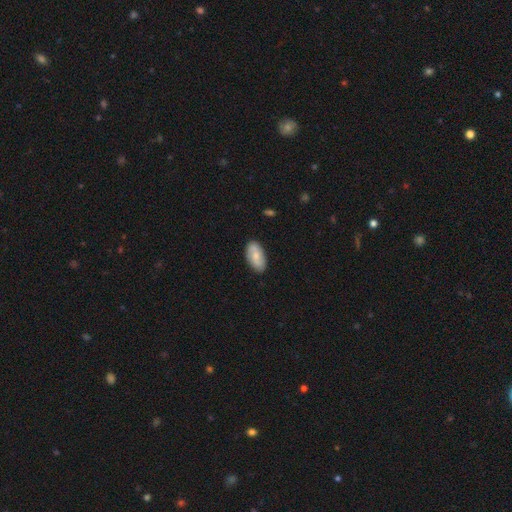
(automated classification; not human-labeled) A smooth galaxy with no disk features (56%) that is in between round and cigar-shaped (93%).

Vote fractions:
- Smooth or featured? smooth: 56% / featured or disk: 38% / star or artifact: 6%
- How rounded? in between: 93% / cigar-shaped: 4% / round: 3%
- Merging? none: 84% / minor disturbance: 12% / major disturbance: 2% / merger: 1%